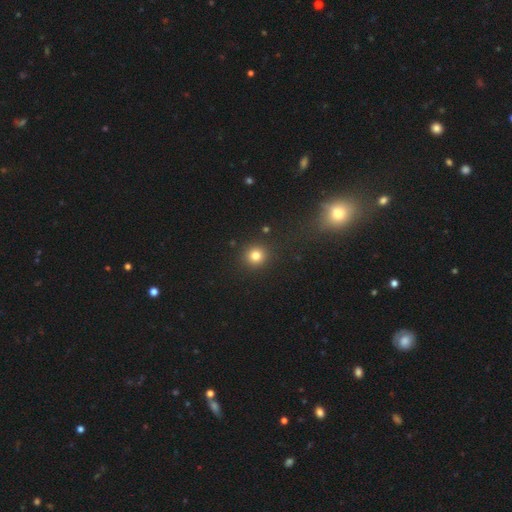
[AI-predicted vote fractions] The model was most divided on "smooth or featured": smooth: 80%, star or artifact: 14%, featured or disk: 6%. More confident: how rounded — round (92%); merging — none (90%).